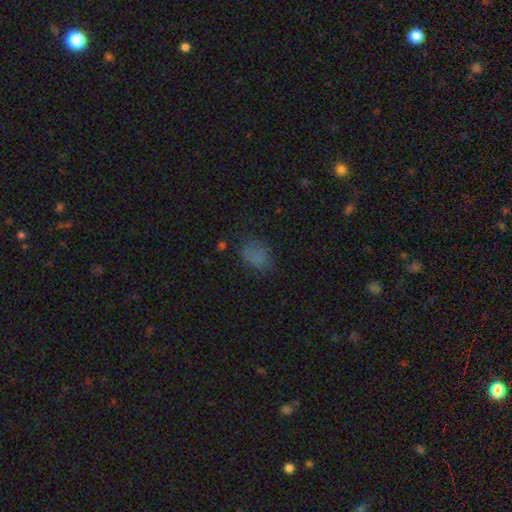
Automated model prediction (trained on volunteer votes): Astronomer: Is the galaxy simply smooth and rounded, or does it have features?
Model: smooth — 75%.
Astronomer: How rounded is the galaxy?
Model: in between — 78%.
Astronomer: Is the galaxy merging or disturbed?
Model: none — 67%.